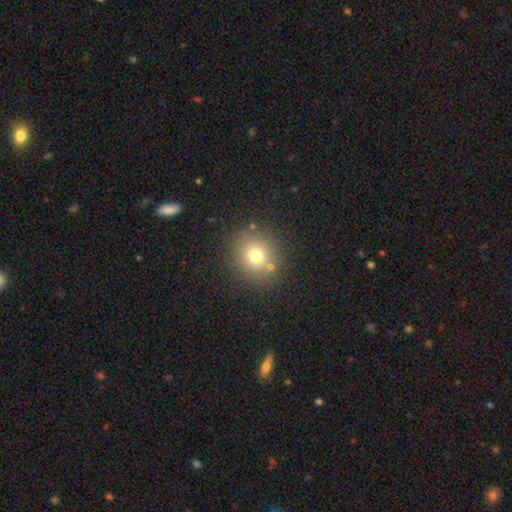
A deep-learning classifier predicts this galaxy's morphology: Smooth or featured? Predicted: smooth (p=0.71). How rounded? Predicted: round (p=0.88). Merging? Predicted: none (p=0.81).